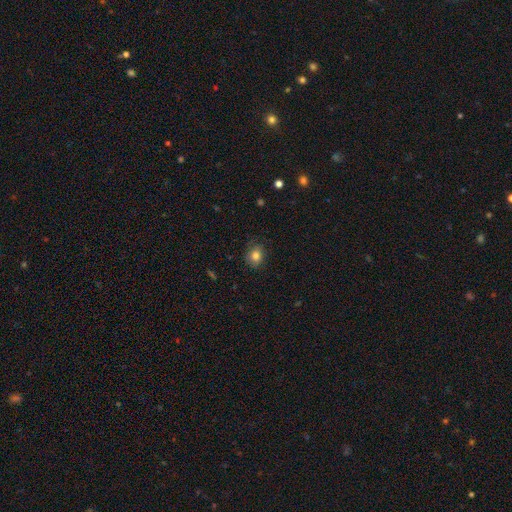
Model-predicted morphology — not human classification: smooth_or_featured: smooth (p=0.81) [alt: star or artifact p=0.11]
how_rounded: round (p=0.63) [alt: in between p=0.36]
merging: none (p=0.79) [alt: minor disturbance p=0.16]